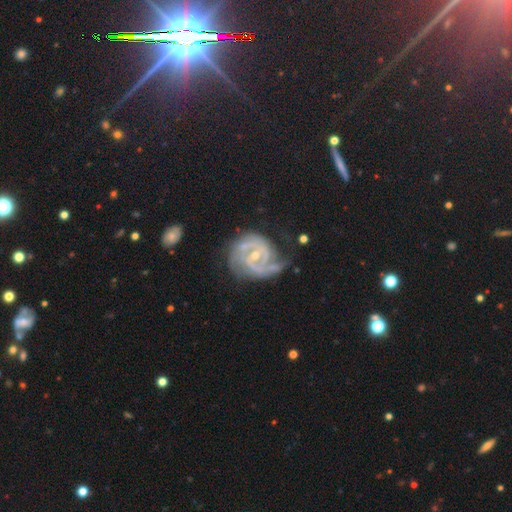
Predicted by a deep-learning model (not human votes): The model was most divided on "bar": weak: 45%, no: 37%, strong: 17%. More confident: edge-on disk — no (98%); spiral arms — yes (95%); smooth or featured — featured or disk (89%); spiral winding — tight (57%); bulge size — small (56%); spiral arm count — 2 (53%); merging — none (53%).